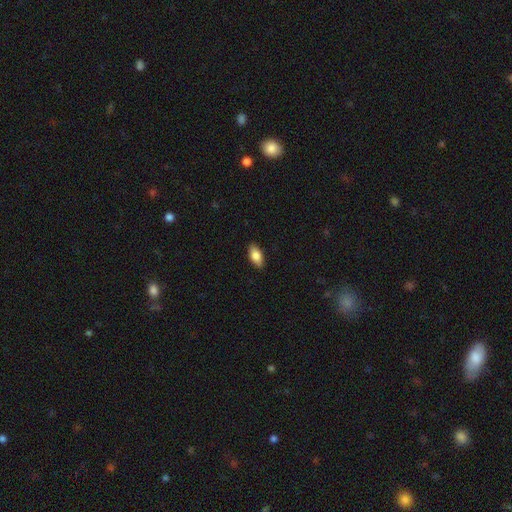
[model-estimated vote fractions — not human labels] Overall: smooth (81%). How rounded: in between (89%). Merging: none (88%).